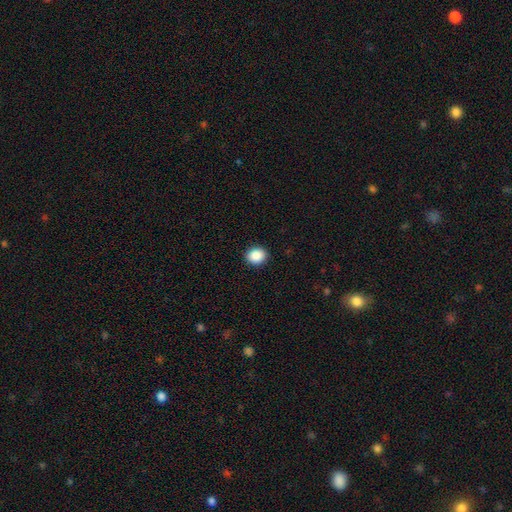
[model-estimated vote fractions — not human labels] A smooth galaxy with no disk features (88%) that is round (69%).

Vote fractions:
- Smooth or featured? smooth: 88% / star or artifact: 9% / featured or disk: 3%
- How rounded? round: 69% / in between: 30% / cigar-shaped: 1%
- Merging? none: 91% / minor disturbance: 7% / major disturbance: 2% / merger: 1%